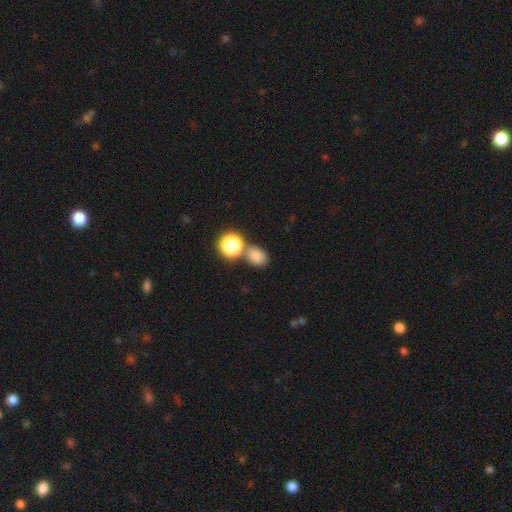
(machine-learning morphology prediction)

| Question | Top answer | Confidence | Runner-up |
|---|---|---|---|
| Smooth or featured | smooth | 79% | star or artifact (15%) |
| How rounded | in between | 58% | round (41%) |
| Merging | none | 66% | merger (19%) |